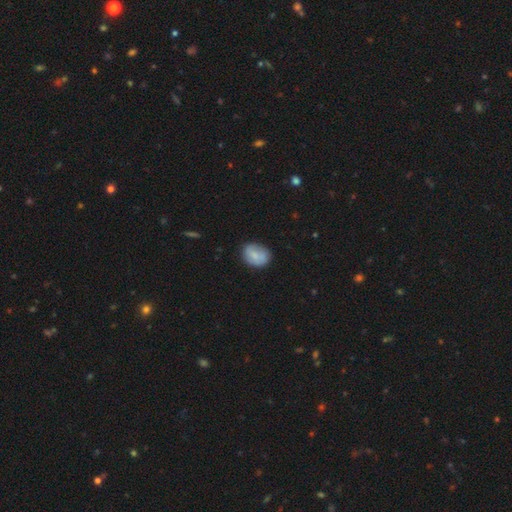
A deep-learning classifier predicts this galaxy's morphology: smooth-or-featured: smooth: 77% | featured or disk: 15% | star or artifact: 7%
  how-rounded: in between: 60% | round: 39% | cigar-shaped: 1%
  merging: none: 75% | minor disturbance: 19% | major disturbance: 4% | merger: 1%